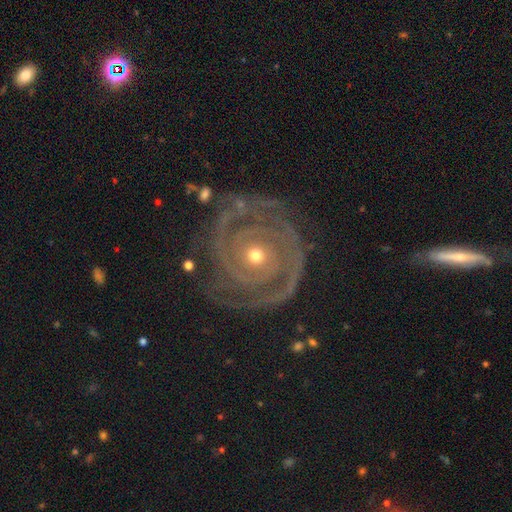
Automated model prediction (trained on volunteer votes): Smooth or featured? Predicted: featured or disk (p=0.91). Edge-on disk? Predicted: no (p=0.98). Bar? Predicted: no (p=0.81). Spiral arms? Predicted: yes (p=0.97). Spiral winding? Predicted: tight (p=0.75). Spiral arm count? Predicted: 2 (p=0.49). Bulge size? Predicted: small (p=0.57). Merging? Predicted: none (p=0.73).